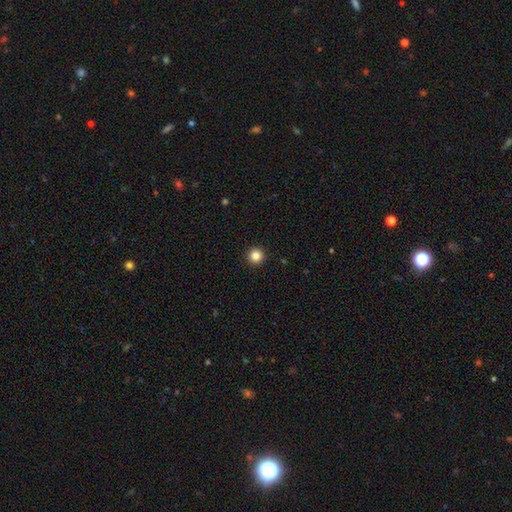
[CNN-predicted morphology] This appears to be a smooth galaxy with no disk features (85%) that is round (96%). Merging: none (94%).